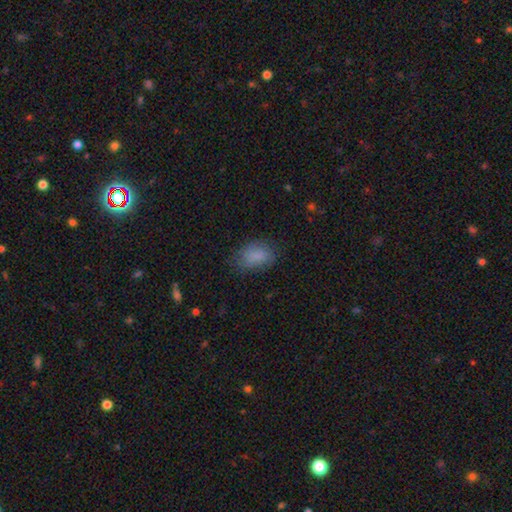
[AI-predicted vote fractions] This appears to be a smooth galaxy with no disk features (84%) that is in between round and cigar-shaped (87%). Merging: none (72%).